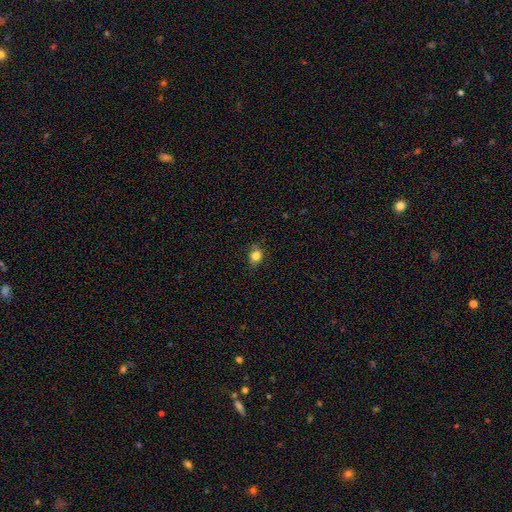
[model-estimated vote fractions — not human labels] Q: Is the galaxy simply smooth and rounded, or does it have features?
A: smooth — 82%.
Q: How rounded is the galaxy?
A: round — 52%.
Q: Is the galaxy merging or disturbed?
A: none — 74%.